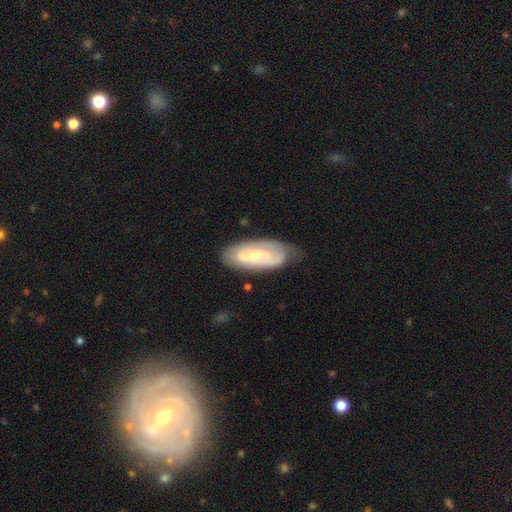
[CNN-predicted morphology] Overall: featured or disk (60%; smooth 34%). Edge-on disk: no (90%). Bar: no (45%; weak 42%). Spiral arms: yes (75%). Bulge size: small (49%; moderate 40%). Merging: none (61%; minor disturbance 28%).